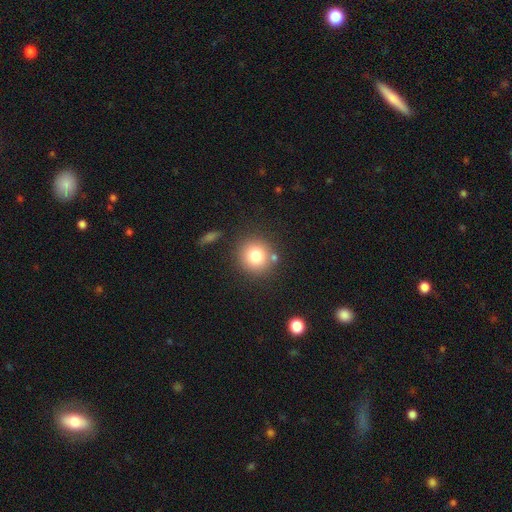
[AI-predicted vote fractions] smooth_or_featured: smooth (p=0.78) [alt: star or artifact p=0.11]
how_rounded: round (p=0.91) [alt: in between p=0.08]
merging: none (p=0.80) [alt: minor disturbance p=0.09]